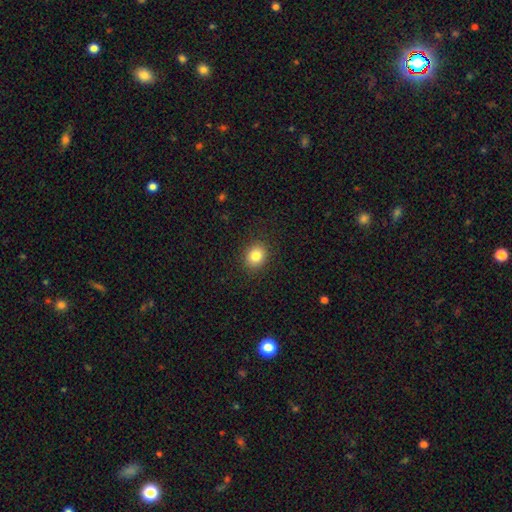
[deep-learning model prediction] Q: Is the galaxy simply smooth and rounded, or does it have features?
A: smooth — 83%.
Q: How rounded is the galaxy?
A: round — 66%.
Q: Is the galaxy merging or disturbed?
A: none — 90%.